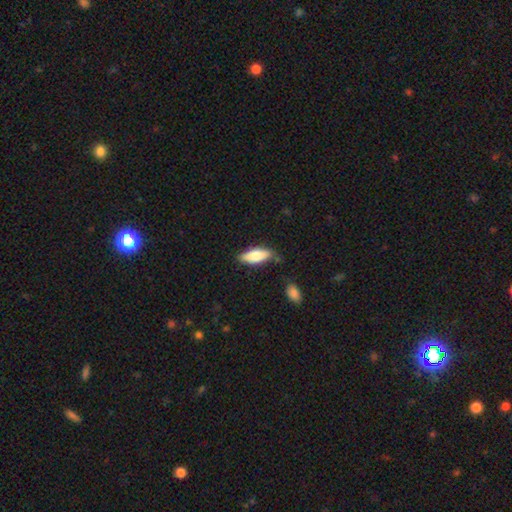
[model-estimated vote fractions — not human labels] This appears to be a smooth galaxy with no disk features (72%) that is in between round and cigar-shaped (64%). Merging: none (76%).